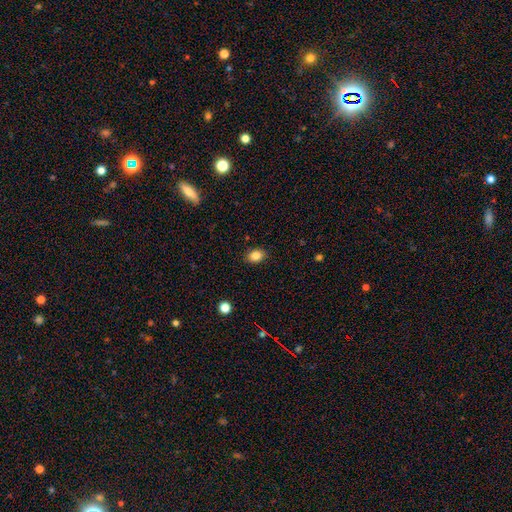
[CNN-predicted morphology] A smooth galaxy with no disk features (85%) that is in between round and cigar-shaped (67%). Merging: none (89%).